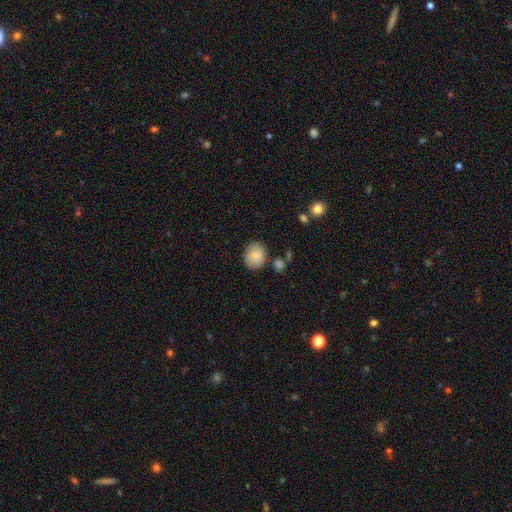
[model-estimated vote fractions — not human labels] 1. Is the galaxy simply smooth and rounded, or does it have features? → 81% smooth, 12% featured or disk, 8% star or artifact.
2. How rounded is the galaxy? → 66% round, 33% in between, 1% cigar-shaped.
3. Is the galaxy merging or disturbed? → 76% none, 16% minor disturbance, 4% merger, 4% major disturbance.